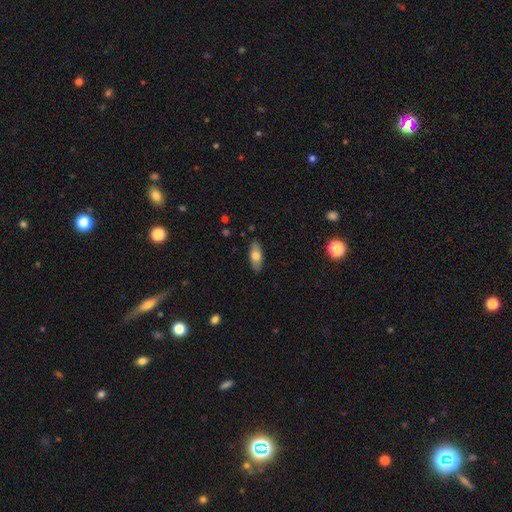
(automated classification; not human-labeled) smooth 70%, featured or disk 23%, star or artifact 6%. Down the decision tree: how rounded — in between (84%); merging — none (87%).